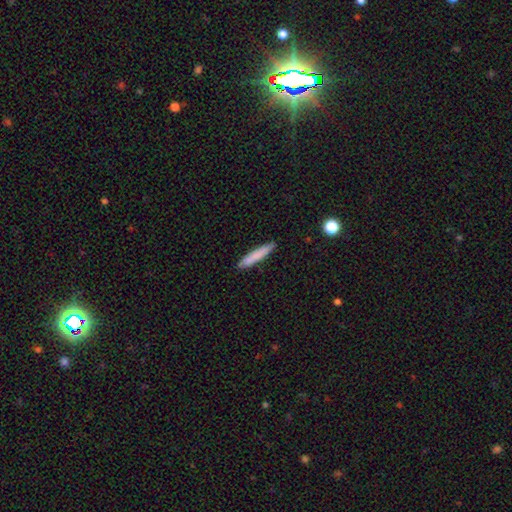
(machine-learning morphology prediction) Smooth or featured?
  - smooth: 79% *
  - featured or disk: 15%
  - star or artifact: 6%
How rounded?
  - cigar-shaped: 93% *
  - in between: 5%
  - round: 1%
Merging?
  - none: 89% *
  - minor disturbance: 8%
  - major disturbance: 2%
  - merger: 1%